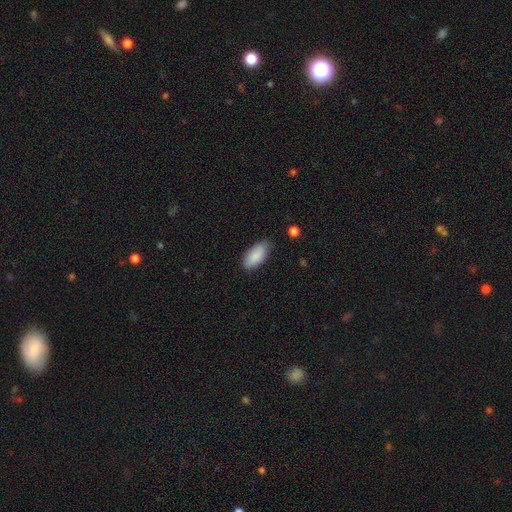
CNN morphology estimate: smooth 88%, star or artifact 6%, featured or disk 6%. Down the decision tree: how rounded — in between (90%); merging — none (80%).